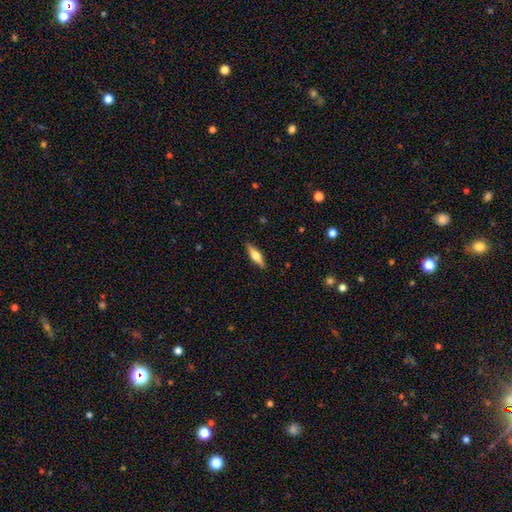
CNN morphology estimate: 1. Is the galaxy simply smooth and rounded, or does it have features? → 51% smooth, 43% featured or disk, 6% star or artifact.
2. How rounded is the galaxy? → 65% cigar-shaped, 33% in between, 2% round.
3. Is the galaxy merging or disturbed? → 89% none, 8% minor disturbance, 2% major disturbance, 1% merger.